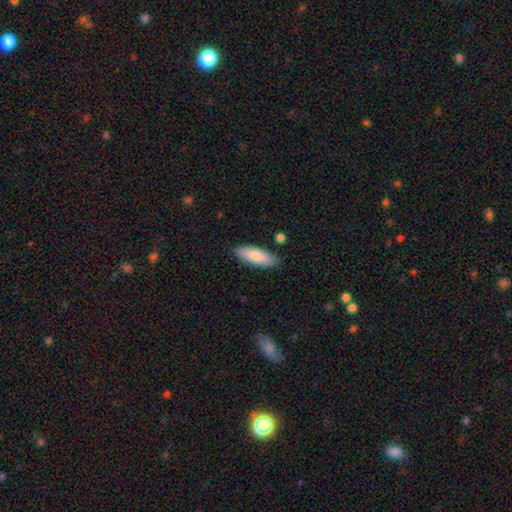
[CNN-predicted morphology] A smooth galaxy with no disk features (83%) that is in between round and cigar-shaped (68%).

Vote fractions:
- Smooth or featured? smooth: 83% / featured or disk: 12% / star or artifact: 6%
- How rounded? in between: 68% / cigar-shaped: 30% / round: 2%
- Merging? none: 83% / minor disturbance: 12% / merger: 2% / major disturbance: 2%